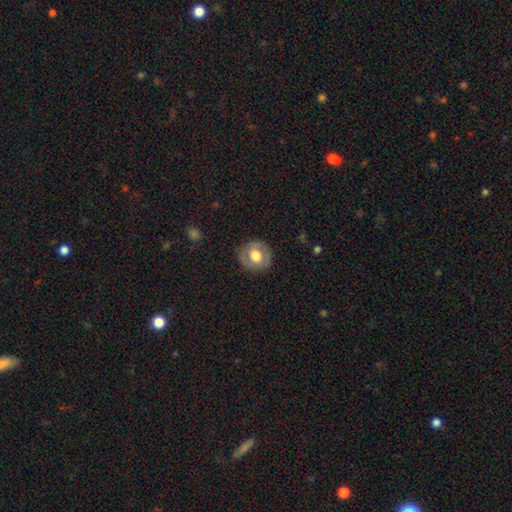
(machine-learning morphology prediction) A smooth galaxy with no disk features (60%) that is round (85%). Merging: none (83%).